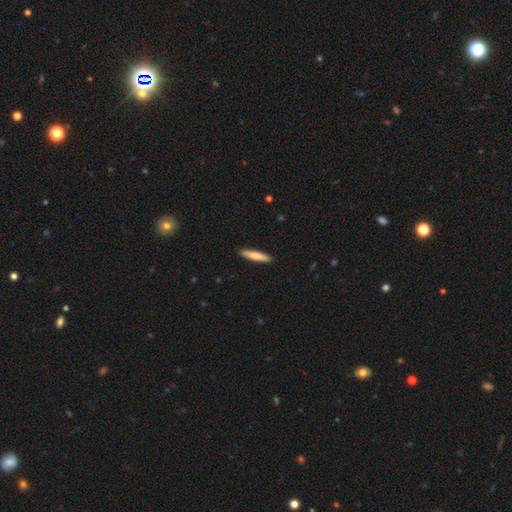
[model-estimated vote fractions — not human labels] smooth-or-featured: smooth: 77% | featured or disk: 18% | star or artifact: 5%
  how-rounded: cigar-shaped: 88% | in between: 10% | round: 1%
  merging: none: 91% | minor disturbance: 7% | major disturbance: 1% | merger: 1%